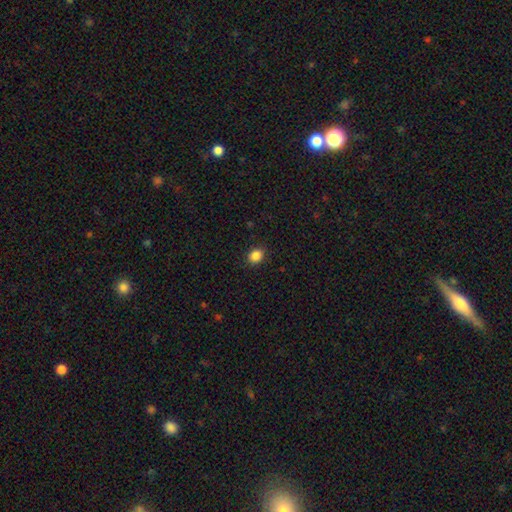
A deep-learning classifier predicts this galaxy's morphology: smooth-or-featured: smooth: 87% | star or artifact: 10% | featured or disk: 3%
  how-rounded: round: 57% | in between: 42% | cigar-shaped: 1%
  merging: none: 90% | minor disturbance: 7% | major disturbance: 2% | merger: 1%